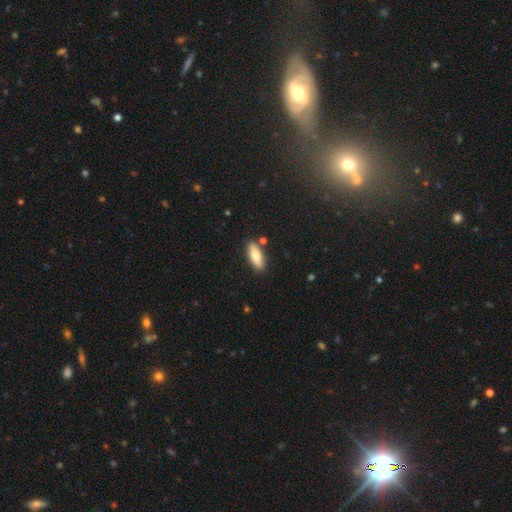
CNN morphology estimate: A smooth galaxy with no disk features (78%) that is in between round and cigar-shaped (65%). Merging: none (84%).